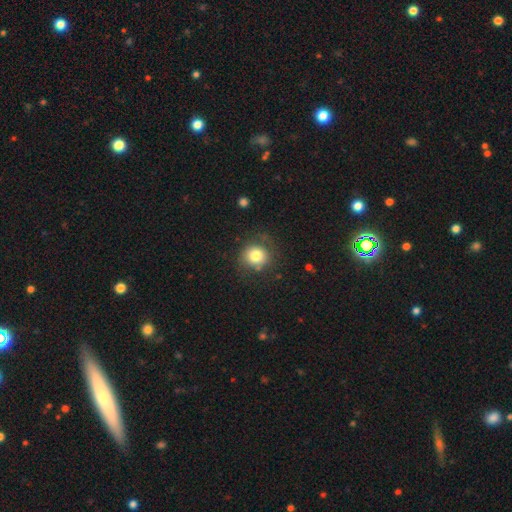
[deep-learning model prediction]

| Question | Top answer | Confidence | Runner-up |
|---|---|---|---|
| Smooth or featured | smooth | 79% | star or artifact (11%) |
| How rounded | round | 87% | in between (12%) |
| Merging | none | 76% | minor disturbance (15%) |